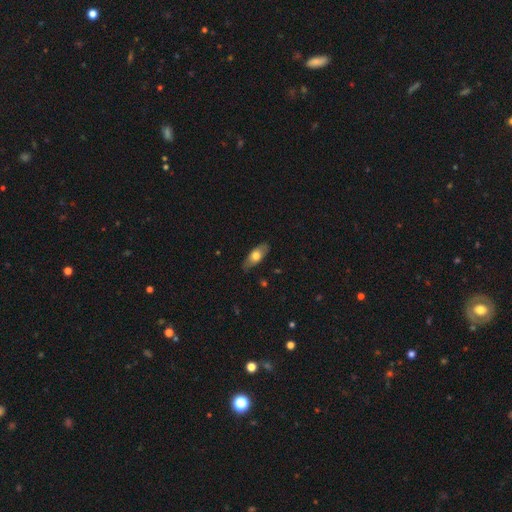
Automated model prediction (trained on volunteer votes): smooth 63%, featured or disk 31%, star or artifact 6%. Down the decision tree: how rounded — in between (80%); merging — none (81%).